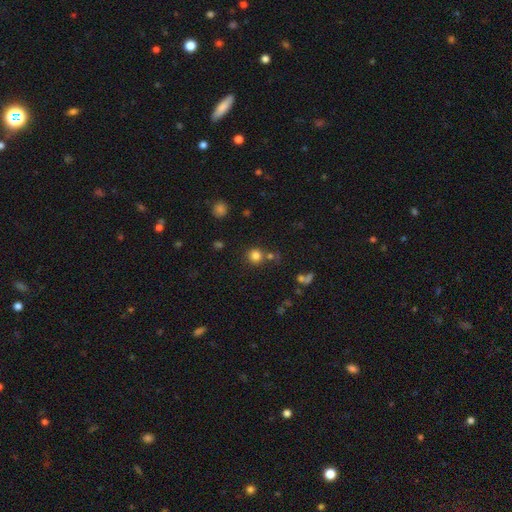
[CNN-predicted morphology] Smooth or featured? Predicted: smooth (p=0.80). How rounded? Predicted: round (p=0.93). Merging? Predicted: none (p=0.75).